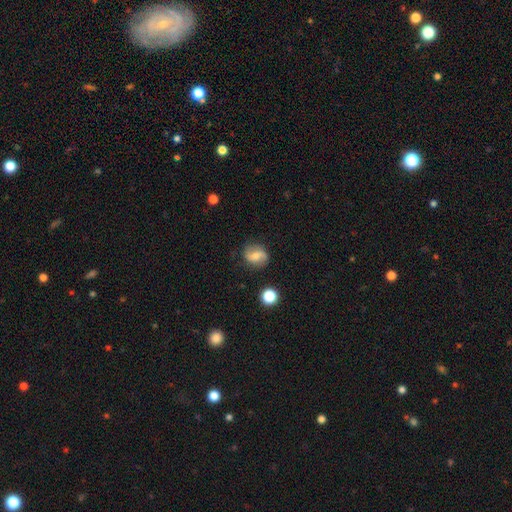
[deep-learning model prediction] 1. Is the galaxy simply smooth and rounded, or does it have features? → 57% featured or disk, 34% smooth, 9% star or artifact.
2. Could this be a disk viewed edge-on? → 97% no, 3% yes.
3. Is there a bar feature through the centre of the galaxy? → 44% weak, 34% no, 22% strong.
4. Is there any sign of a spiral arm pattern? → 88% yes, 12% no.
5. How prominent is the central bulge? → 43% moderate, 42% small, 9% none, 5% large, 2% dominant.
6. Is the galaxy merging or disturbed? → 81% none, 13% minor disturbance, 4% major disturbance, 2% merger.